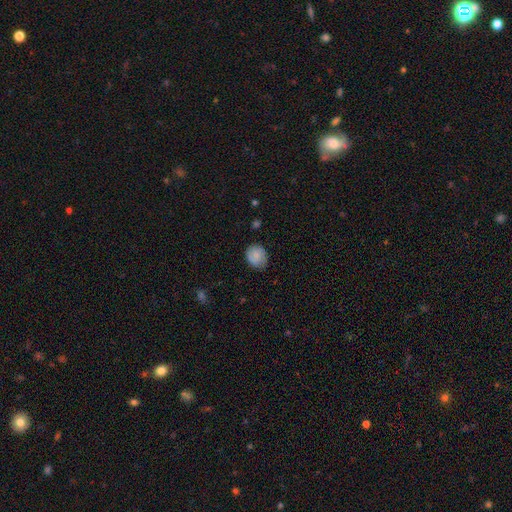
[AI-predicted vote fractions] smooth_or_featured: smooth (p=0.66) [alt: featured or disk p=0.26]
how_rounded: round (p=0.63) [alt: in between p=0.36]
merging: none (p=0.71) [alt: minor disturbance p=0.22]